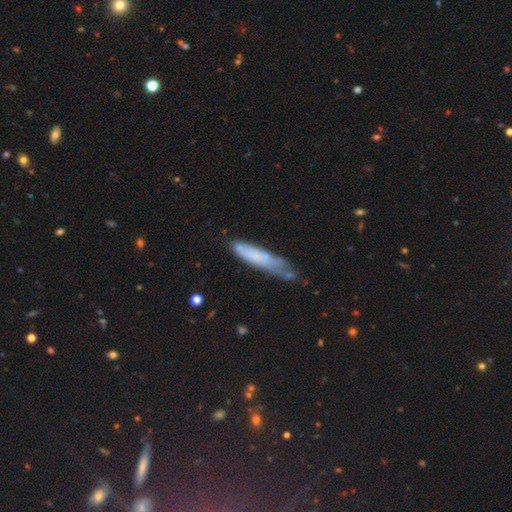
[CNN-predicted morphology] This is likely a smooth galaxy (63%). How rounded: clearly cigar-shaped (83%). Merging: marginally none (45%).